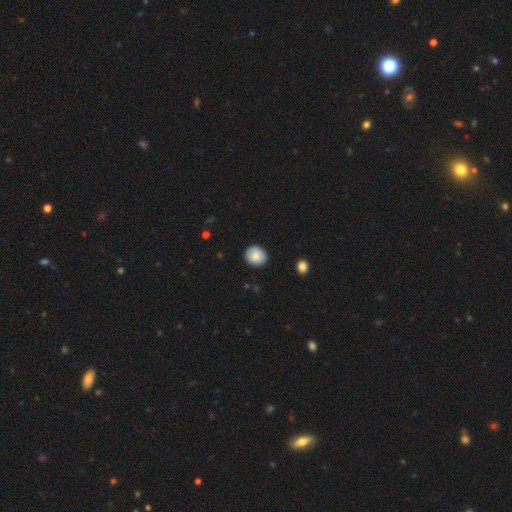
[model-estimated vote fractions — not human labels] Smooth or featured?
  - smooth: 85% *
  - featured or disk: 8%
  - star or artifact: 8%
How rounded?
  - round: 72% *
  - in between: 27%
  - cigar-shaped: 1%
Merging?
  - none: 86% *
  - minor disturbance: 11%
  - major disturbance: 2%
  - merger: 1%